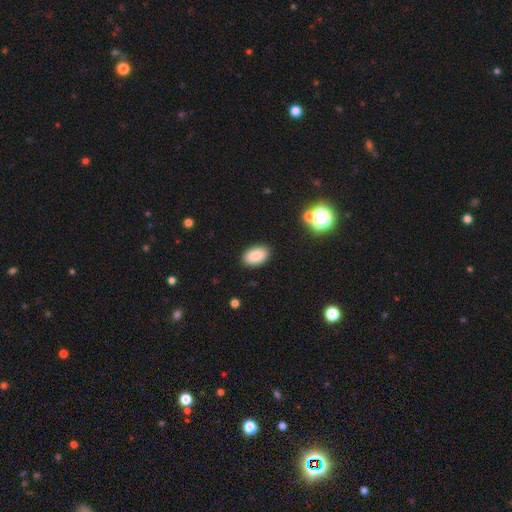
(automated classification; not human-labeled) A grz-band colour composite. It shows a smooth galaxy with no disk features (86%) that is in between round and cigar-shaped (92%). Merging: none (89%).